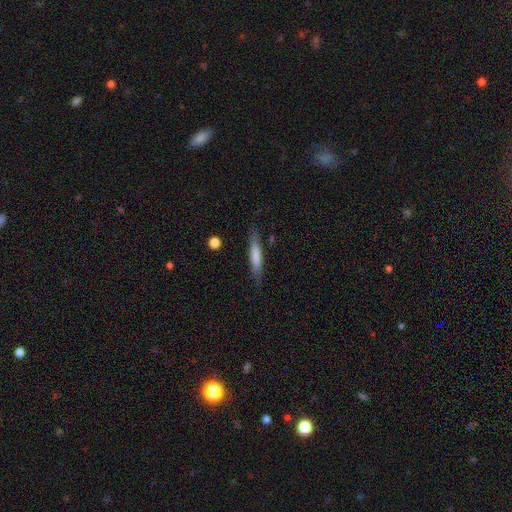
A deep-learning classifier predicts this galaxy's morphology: Smooth or featured? smooth (71%)
How rounded? cigar-shaped (90%)
Merging? none (83%)